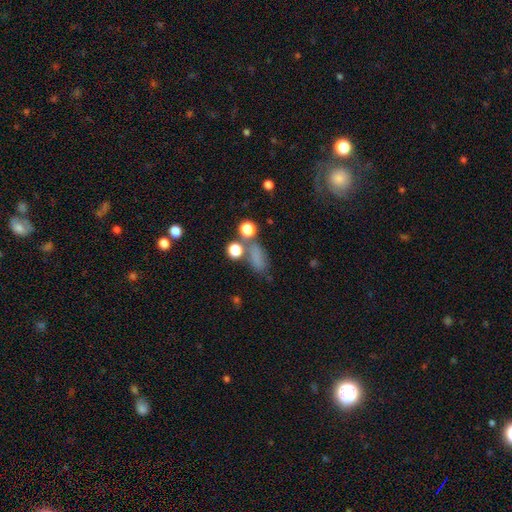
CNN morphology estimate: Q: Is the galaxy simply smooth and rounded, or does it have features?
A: smooth — 63%.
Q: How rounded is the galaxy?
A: in between — 68%.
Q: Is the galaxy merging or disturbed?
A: none — 51%.